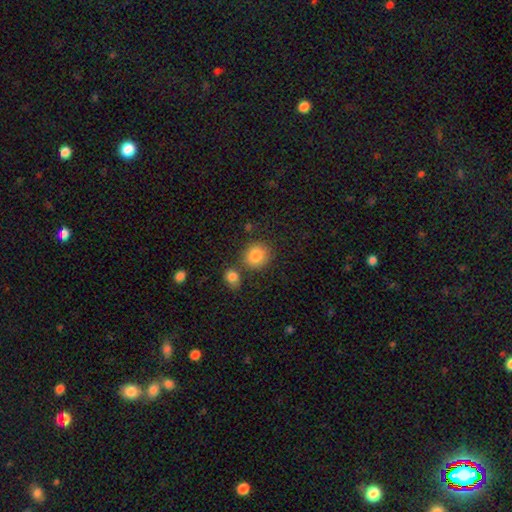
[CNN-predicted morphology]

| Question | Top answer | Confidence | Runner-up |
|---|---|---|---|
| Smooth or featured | smooth | 85% | star or artifact (9%) |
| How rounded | round | 77% | in between (22%) |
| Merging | none | 72% | merger (13%) |